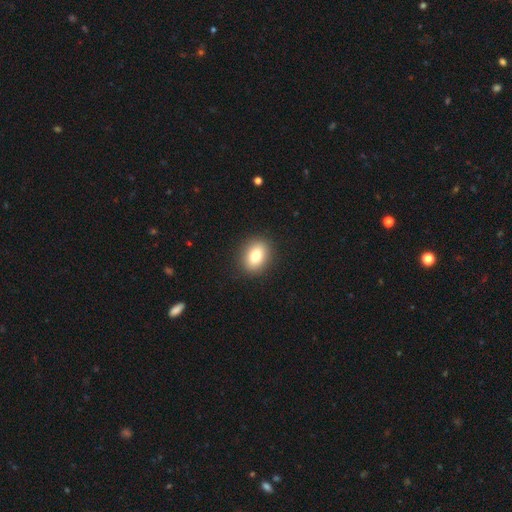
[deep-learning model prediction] Morphology: type=smooth (80%); roundness=in between (61%); merging=none (90%).